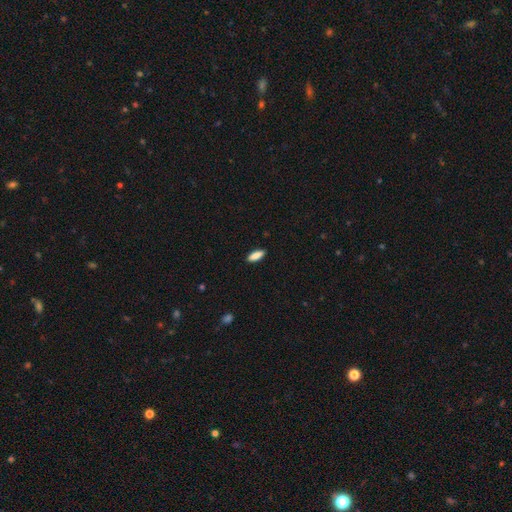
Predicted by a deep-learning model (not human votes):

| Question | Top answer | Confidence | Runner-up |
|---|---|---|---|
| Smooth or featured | smooth | 86% | featured or disk (7%) |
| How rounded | in between | 67% | cigar-shaped (30%) |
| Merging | none | 89% | minor disturbance (8%) |